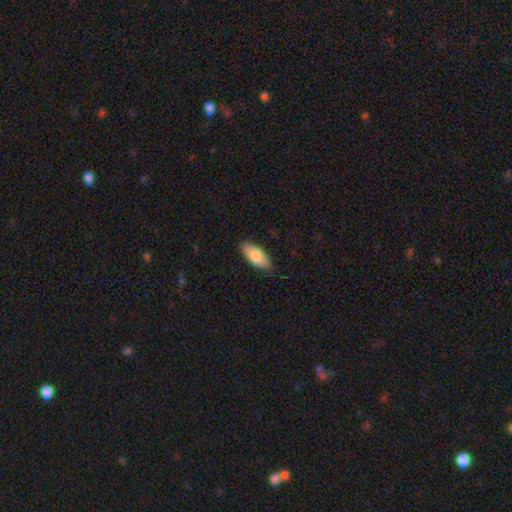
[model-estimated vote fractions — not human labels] smooth_or_featured: smooth (p=0.80) [alt: featured or disk p=0.14]
how_rounded: in between (p=0.88) [alt: cigar-shaped p=0.10]
merging: none (p=0.84) [alt: minor disturbance p=0.13]